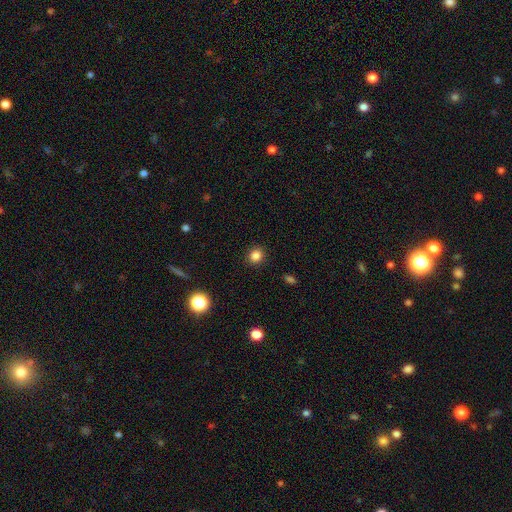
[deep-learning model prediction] smooth 85%, star or artifact 12%, featured or disk 4%. Down the decision tree: how rounded — round (81%); merging — none (90%).